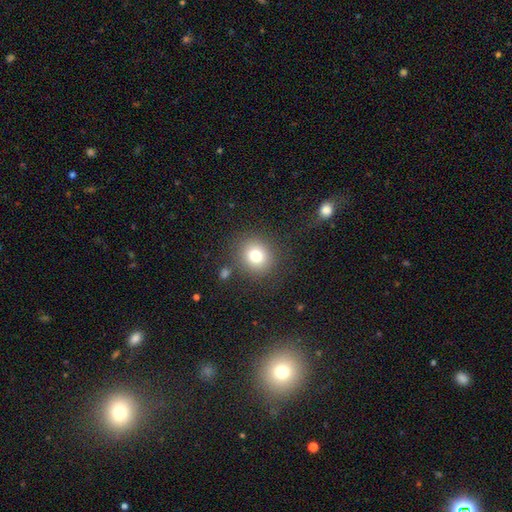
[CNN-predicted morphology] Q: Smooth or featured?
A: smooth (77%); runner-up: star or artifact (13%)
Q: How rounded?
A: round (86%); runner-up: in between (14%)
Q: Merging?
A: none (84%); runner-up: minor disturbance (8%)